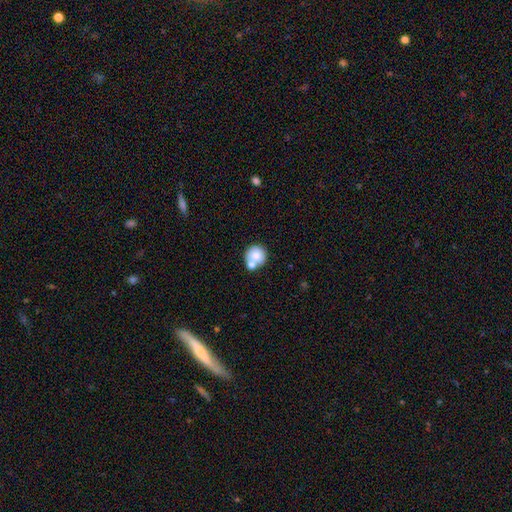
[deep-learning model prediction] Smooth or featured? Predicted: smooth (p=0.79). How rounded? Predicted: round (p=0.91). Merging? Predicted: none (p=0.57).